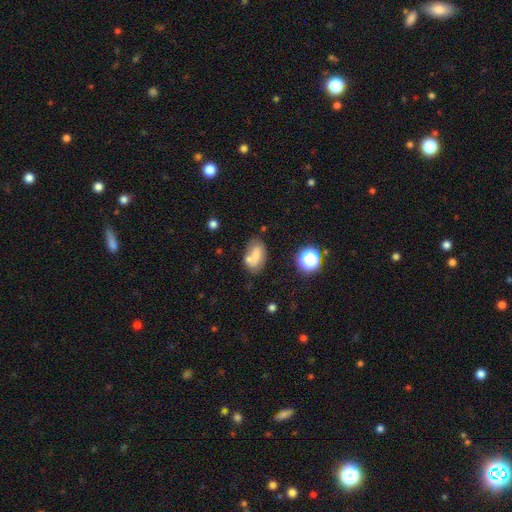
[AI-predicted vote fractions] Smooth or featured? Predicted: smooth (p=0.66). How rounded? Predicted: in between (p=0.86). Merging? Predicted: none (p=0.54).